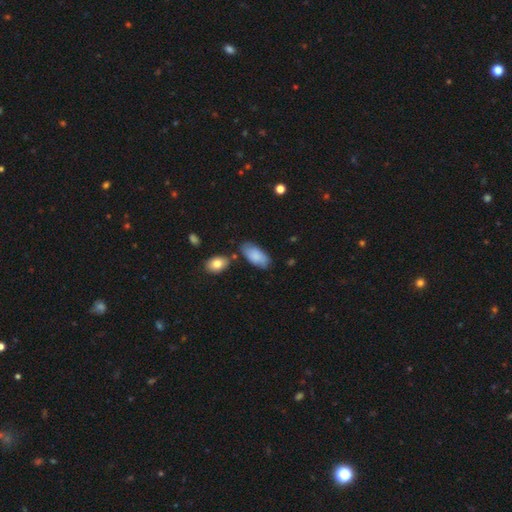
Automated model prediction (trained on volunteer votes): smooth-or-featured: smooth: 80% | featured or disk: 14% | star or artifact: 6%
  how-rounded: in between: 93% | cigar-shaped: 4% | round: 2%
  merging: none: 71% | minor disturbance: 20% | merger: 6% | major disturbance: 4%